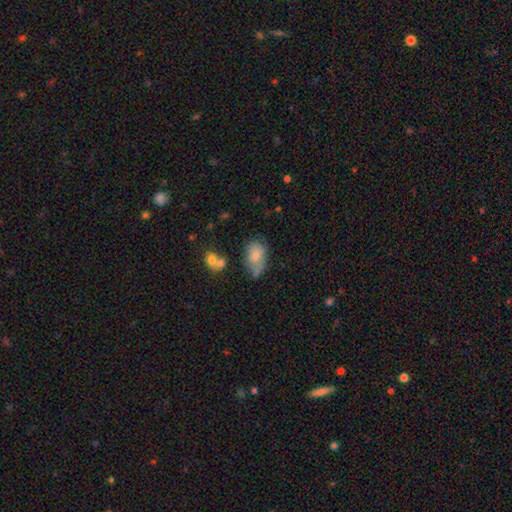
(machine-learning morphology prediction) Smooth or featured?
  - smooth: 74% *
  - featured or disk: 17%
  - star or artifact: 8%
How rounded?
  - in between: 87% *
  - round: 11%
  - cigar-shaped: 2%
Merging?
  - none: 43% *
  - minor disturbance: 34%
  - major disturbance: 13%
  - merger: 10%